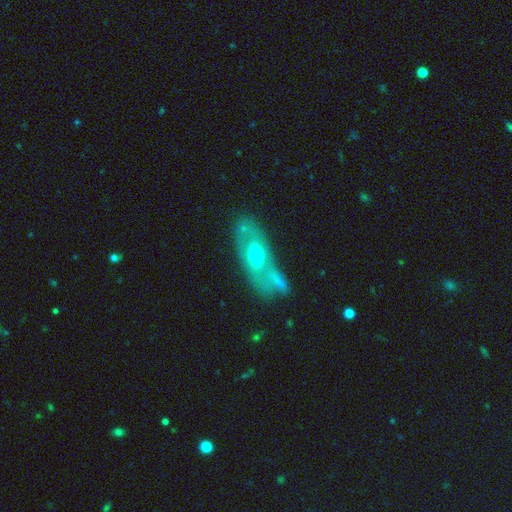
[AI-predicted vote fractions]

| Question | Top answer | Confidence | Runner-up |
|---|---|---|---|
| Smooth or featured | featured or disk | 58% | smooth (27%) |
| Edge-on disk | no | 75% | yes (25%) |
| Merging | none | 59% | minor disturbance (17%) |